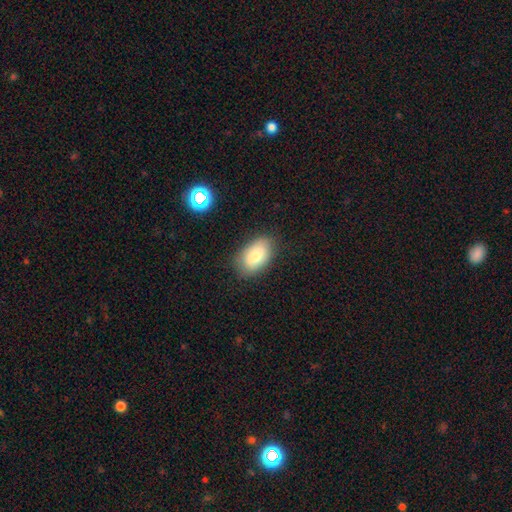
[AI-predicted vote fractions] Smooth or featured?
  - smooth: 80% *
  - featured or disk: 12%
  - star or artifact: 8%
How rounded?
  - in between: 92% *
  - round: 6%
  - cigar-shaped: 2%
Merging?
  - none: 81% *
  - minor disturbance: 14%
  - major disturbance: 3%
  - merger: 1%